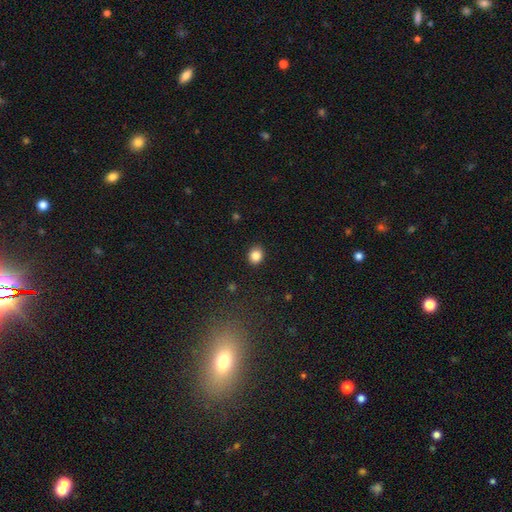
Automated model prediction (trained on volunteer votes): This is clearly a smooth galaxy (85%). How rounded: likely round (67%). Merging: clearly none (90%).